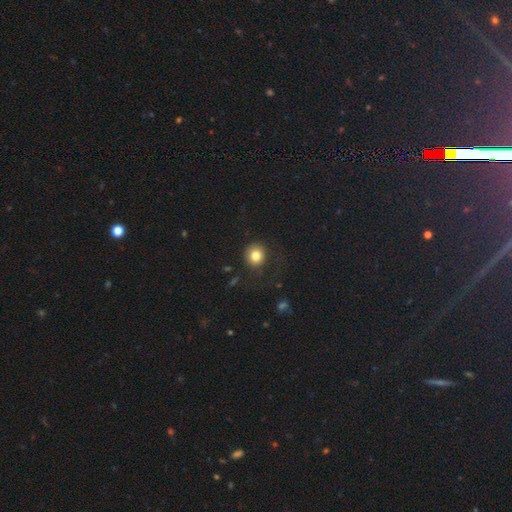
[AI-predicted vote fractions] Q: Smooth or featured?
A: smooth (81%); runner-up: star or artifact (11%)
Q: How rounded?
A: round (87%); runner-up: in between (12%)
Q: Merging?
A: none (79%); runner-up: minor disturbance (13%)